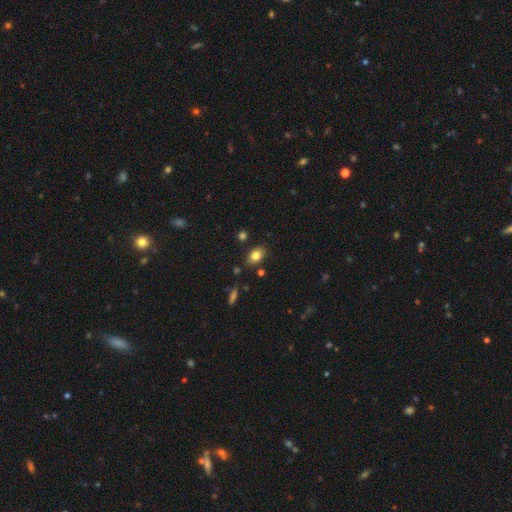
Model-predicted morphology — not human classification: A smooth galaxy with no disk features (81%) that is in between round and cigar-shaped (79%).

Vote fractions:
- Smooth or featured? smooth: 81% / star or artifact: 10% / featured or disk: 9%
- How rounded? in between: 79% / round: 19% / cigar-shaped: 2%
- Merging? none: 83% / minor disturbance: 11% / merger: 4% / major disturbance: 3%